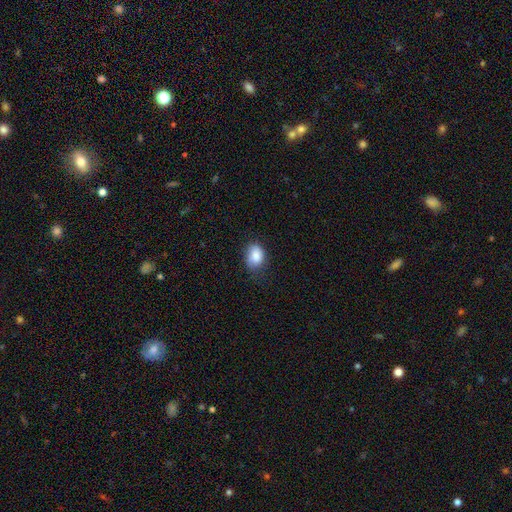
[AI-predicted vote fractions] Morphology: type=smooth (86%); roundness=in between (69%); merging=none (65%).